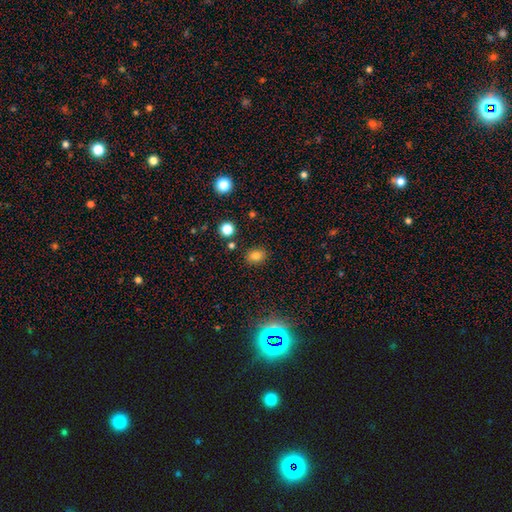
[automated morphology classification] Q: Smooth or featured?
A: smooth (79%); runner-up: star or artifact (15%)
Q: How rounded?
A: in between (58%); runner-up: round (41%)
Q: Merging?
A: none (85%); runner-up: minor disturbance (9%)